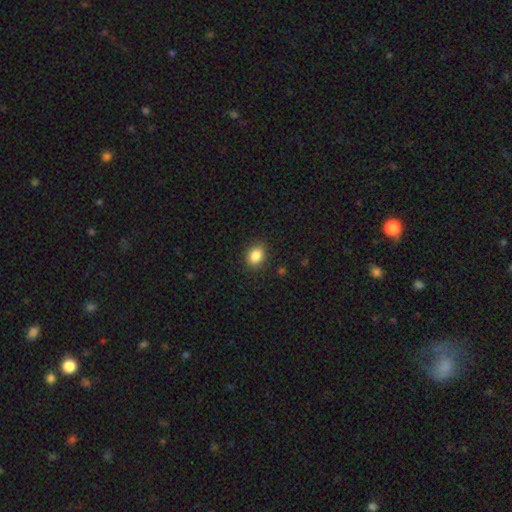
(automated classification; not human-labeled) Smooth or featured? smooth (86%)
How rounded? in between (55%)
Merging? none (88%)